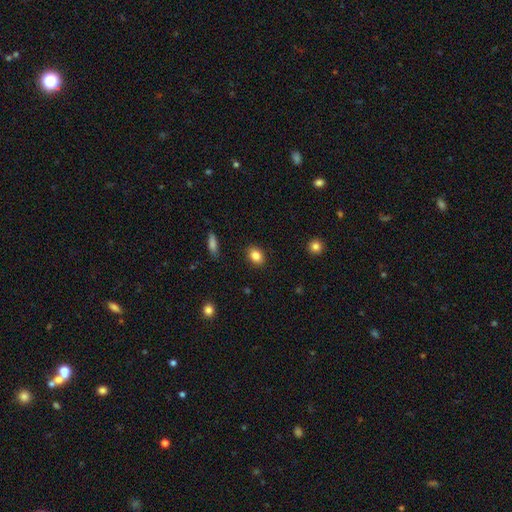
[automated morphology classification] The model was most divided on "how rounded": in between: 64%, round: 35%, cigar-shaped: 1%. More confident: merging — none (89%); smooth or featured — smooth (85%).